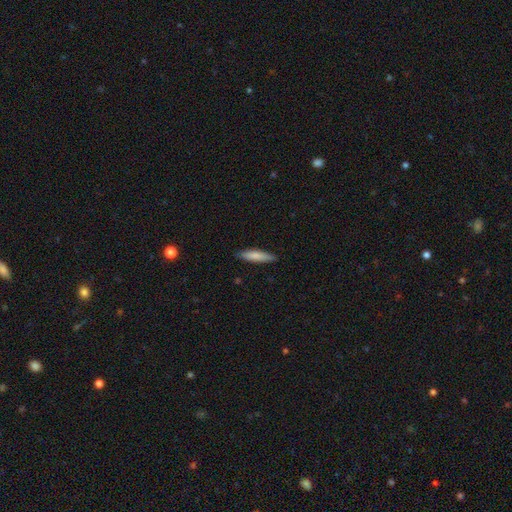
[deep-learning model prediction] Overall: smooth (78%). How rounded: cigar-shaped (79%). Merging: none (87%).